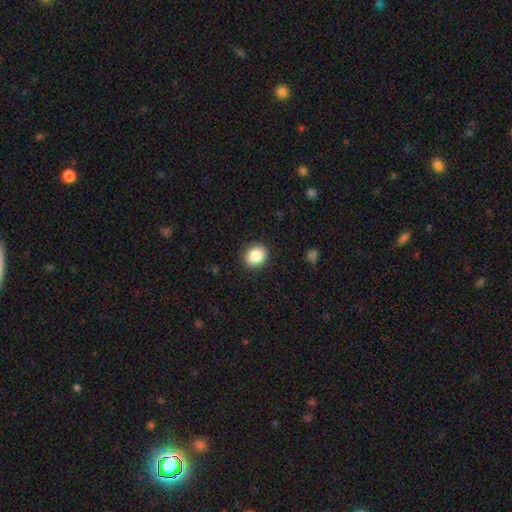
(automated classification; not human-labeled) The model was most divided on "how rounded": round: 65%, in between: 34%, cigar-shaped: 1%. More confident: merging — none (90%); smooth or featured — smooth (87%).